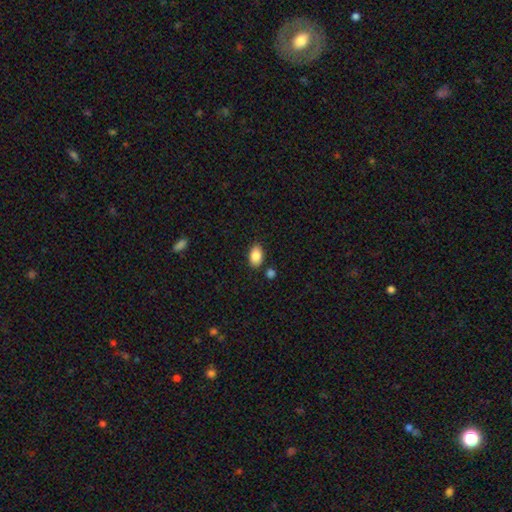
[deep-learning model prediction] smooth_or_featured: smooth (p=0.87) [alt: star or artifact p=0.07]
how_rounded: in between (p=0.91) [alt: round p=0.08]
merging: none (p=0.83) [alt: minor disturbance p=0.10]